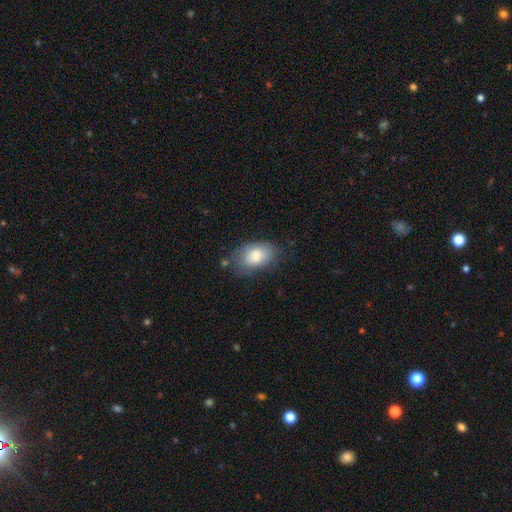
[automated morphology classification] Smooth or featured: smooth — 77% (featured or disk — 16%)
How rounded: in between — 91% (round — 8%)
Merging: none — 61% (minor disturbance — 27%)